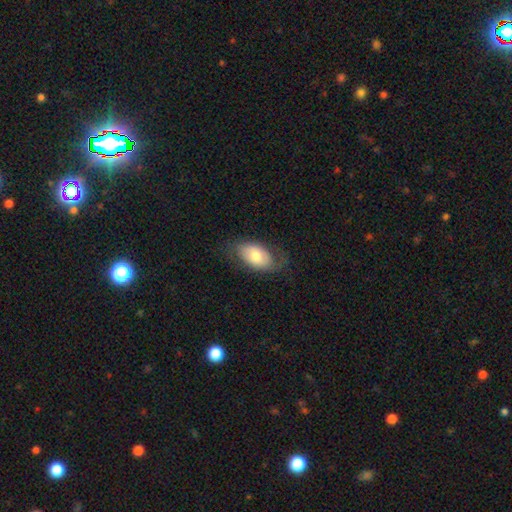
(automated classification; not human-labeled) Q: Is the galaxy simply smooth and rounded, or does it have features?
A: smooth — 66%.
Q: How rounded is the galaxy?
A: in between — 93%.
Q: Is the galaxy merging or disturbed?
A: none — 69%.